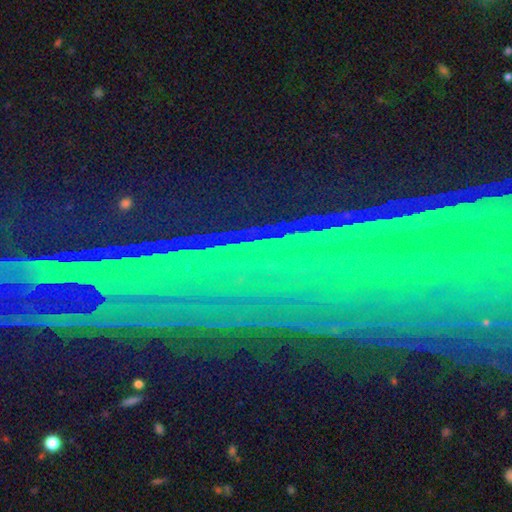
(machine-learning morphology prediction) Smooth or featured?
  - star or artifact: 82% *
  - featured or disk: 10%
  - smooth: 8%